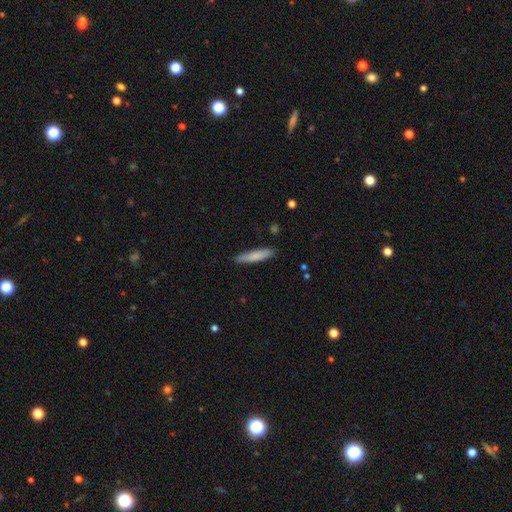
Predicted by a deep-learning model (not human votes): smooth-or-featured: smooth: 80% | featured or disk: 14% | star or artifact: 6%
  how-rounded: cigar-shaped: 88% | in between: 11% | round: 1%
  merging: none: 86% | minor disturbance: 10% | major disturbance: 2% | merger: 1%